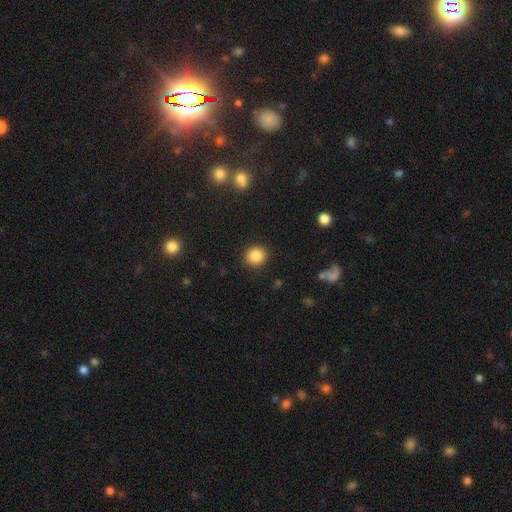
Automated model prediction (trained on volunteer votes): Smooth or featured? smooth (86%)
How rounded? round (86%)
Merging? none (91%)